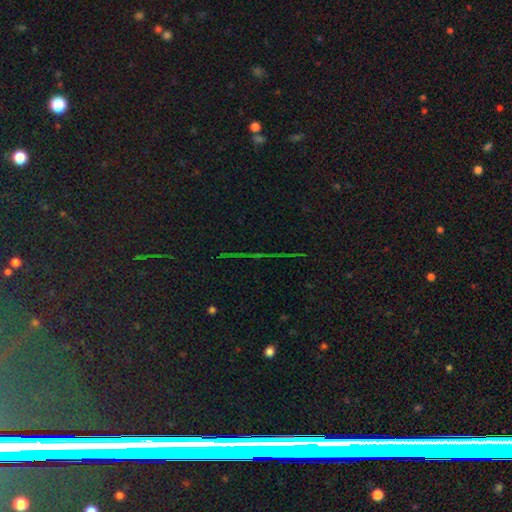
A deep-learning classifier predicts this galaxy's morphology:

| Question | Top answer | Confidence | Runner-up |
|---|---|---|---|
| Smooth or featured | star or artifact | 84% | featured or disk (9%) |